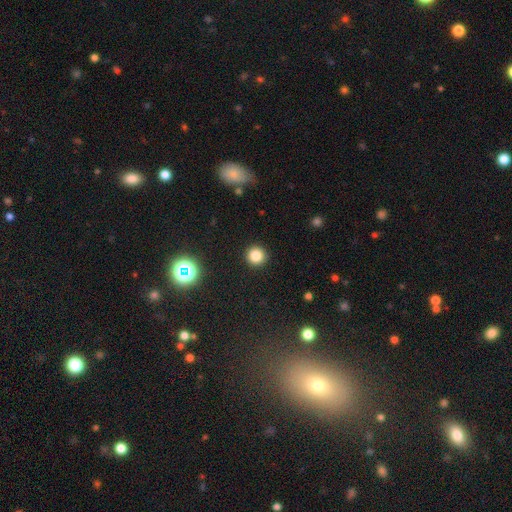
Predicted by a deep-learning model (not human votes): smooth_or_featured: smooth (p=0.81) [alt: star or artifact p=0.14]
how_rounded: round (p=0.95) [alt: in between p=0.04]
merging: none (p=0.92) [alt: minor disturbance p=0.05]